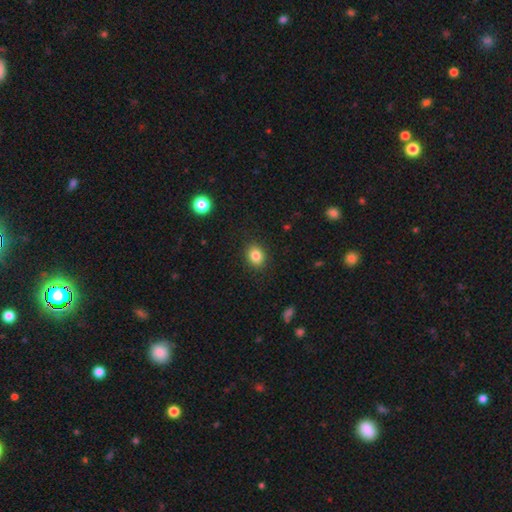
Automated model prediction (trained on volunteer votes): This is clearly a smooth galaxy (84%). How rounded: possibly round (53%). Merging: clearly none (89%).